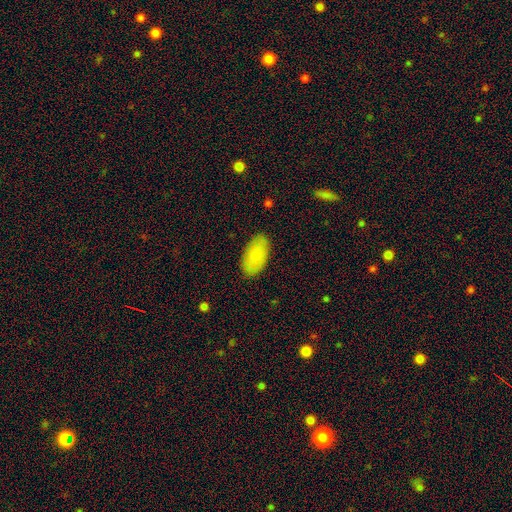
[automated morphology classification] smooth_or_featured: smooth (p=0.87) [alt: featured or disk p=0.07]
how_rounded: in between (p=0.95) [alt: round p=0.03]
merging: none (p=0.87) [alt: minor disturbance p=0.10]